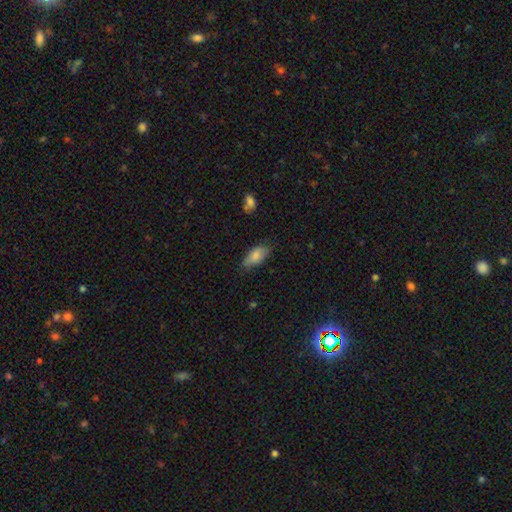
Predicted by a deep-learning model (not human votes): Smooth or featured? Predicted: smooth (p=0.82). How rounded? Predicted: in between (p=0.89). Merging? Predicted: none (p=0.67).